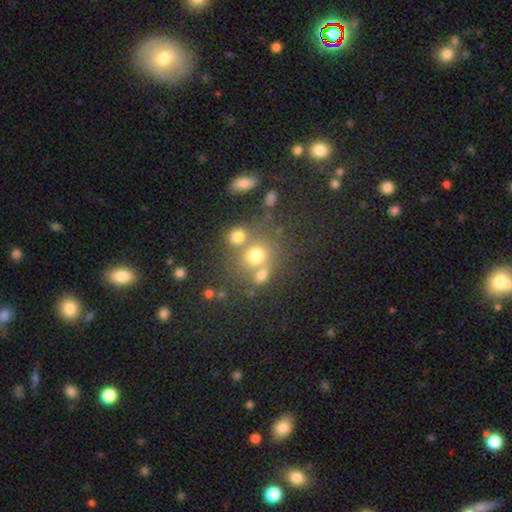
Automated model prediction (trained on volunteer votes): Q: Smooth or featured?
A: smooth (69%); runner-up: star or artifact (17%)
Q: How rounded?
A: round (75%); runner-up: in between (23%)
Q: Merging?
A: none (47%); runner-up: merger (37%)